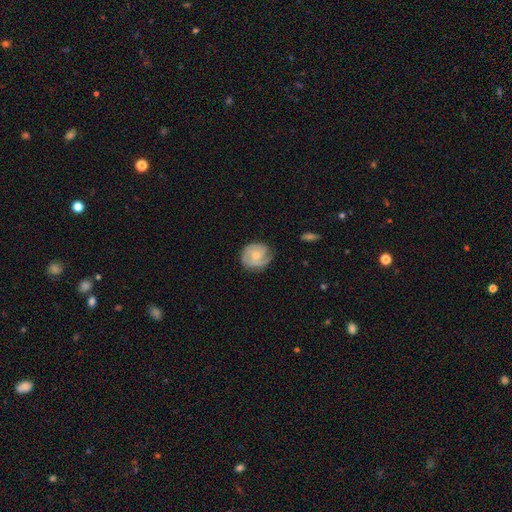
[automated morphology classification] smooth-or-featured: featured or disk: 60% | smooth: 34% | star or artifact: 6%
  disk-edge-on: no: 97% | yes: 3%
    bar: no: 76% | weak: 21% | strong: 3%
    has-spiral-arms: yes: 89% | no: 11%
      spiral-winding: tight: 56% | medium: 32% | loose: 11%
      spiral-arm-count: 2: 39% | can't tell: 23% | 1: 19% | 3: 14% | 4: 3% | more than 4: 3%
    bulge-size: small: 56% | moderate: 37% | none: 3% | large: 2% | dominant: 1%
  merging: none: 69% | minor disturbance: 22% | major disturbance: 7% | merger: 1%